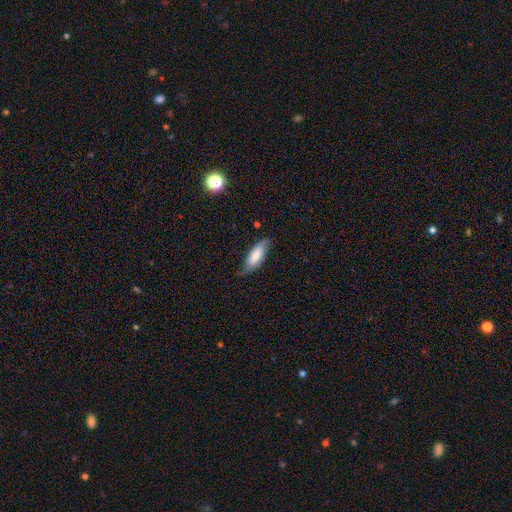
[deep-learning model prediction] This is likely a smooth galaxy (73%). How rounded: likely in between (72%). Merging: likely none (70%).